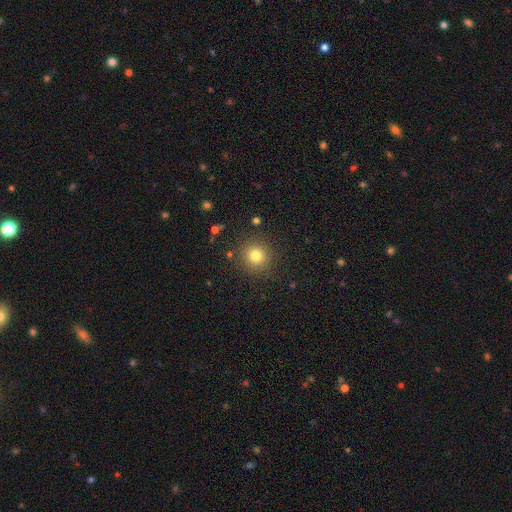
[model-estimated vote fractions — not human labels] smooth 79%, star or artifact 14%, featured or disk 7%. Down the decision tree: how rounded — round (93%); merging — none (89%).